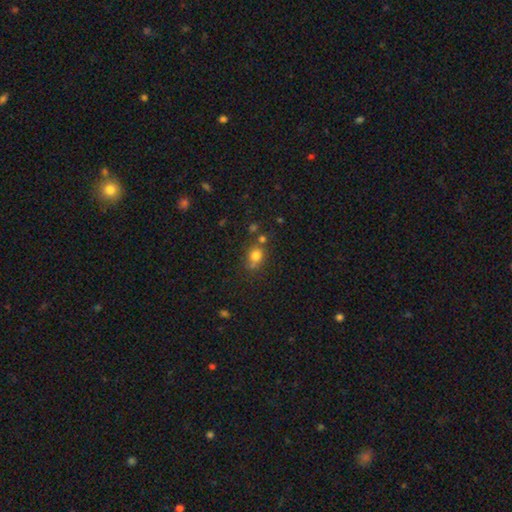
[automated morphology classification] A smooth galaxy with no disk features (77%) that is round (65%). Merging: none (56%).